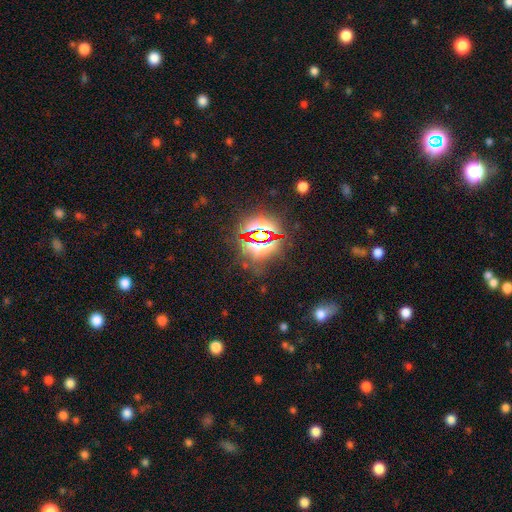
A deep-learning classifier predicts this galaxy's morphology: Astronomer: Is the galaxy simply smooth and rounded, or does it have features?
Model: star or artifact — 82%.